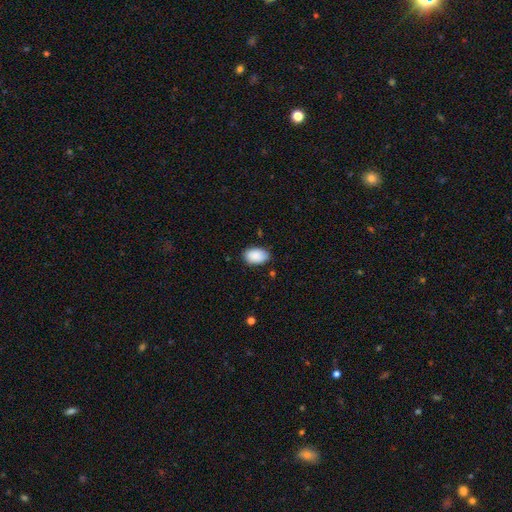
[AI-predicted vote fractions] smooth-or-featured: smooth: 90% | star or artifact: 6% | featured or disk: 4%
  how-rounded: in between: 89% | round: 10% | cigar-shaped: 1%
  merging: none: 80% | minor disturbance: 16% | major disturbance: 3% | merger: 1%